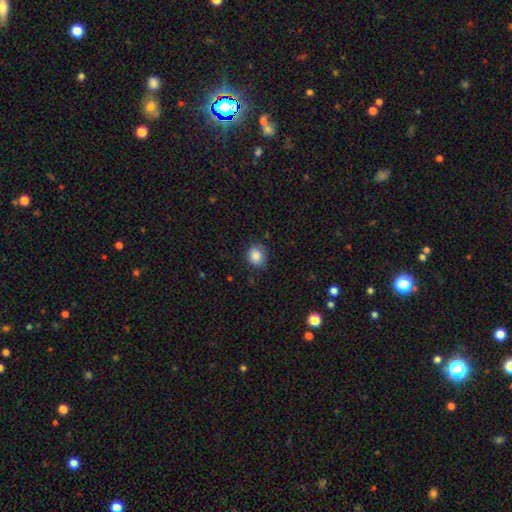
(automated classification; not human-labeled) Q: Smooth or featured?
A: smooth (87%); runner-up: star or artifact (9%)
Q: How rounded?
A: round (61%); runner-up: in between (39%)
Q: Merging?
A: none (77%); runner-up: minor disturbance (18%)